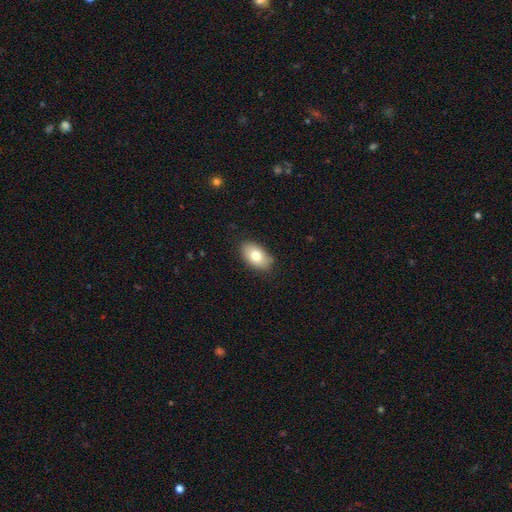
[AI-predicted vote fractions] Smooth or featured: smooth — 77% (featured or disk — 16%)
How rounded: in between — 92% (round — 7%)
Merging: none — 85% (minor disturbance — 12%)